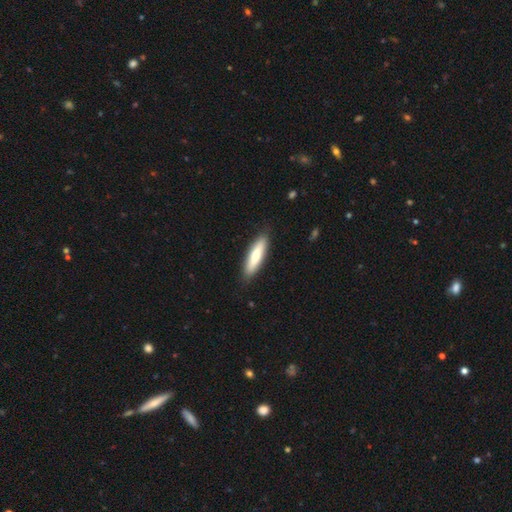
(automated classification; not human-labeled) Q: Smooth or featured?
A: smooth (69%); runner-up: featured or disk (26%)
Q: How rounded?
A: cigar-shaped (68%); runner-up: in between (31%)
Q: Merging?
A: none (87%); runner-up: minor disturbance (10%)